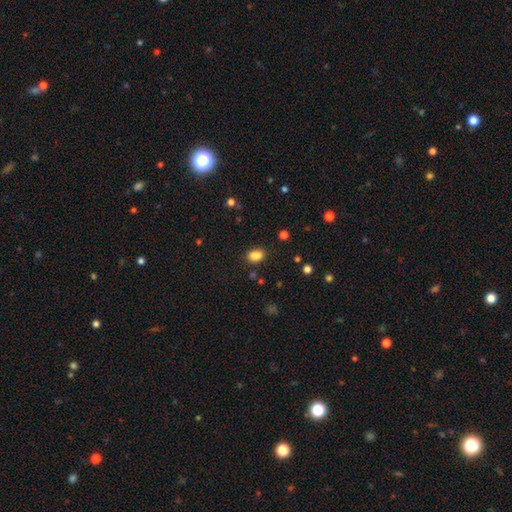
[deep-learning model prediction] Overall: smooth (85%). How rounded: in between (78%). Merging: none (82%).